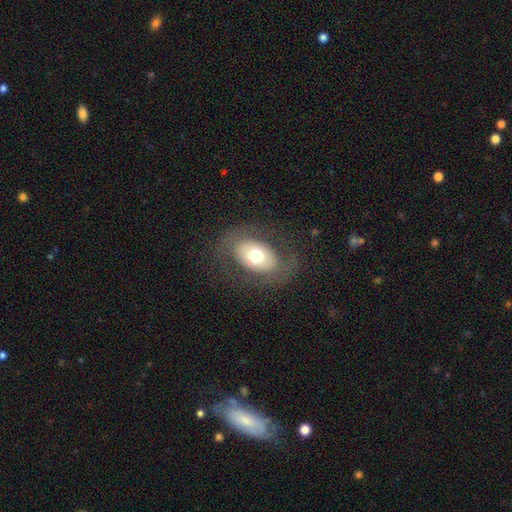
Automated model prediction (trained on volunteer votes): smooth_or_featured: smooth (p=0.56) [alt: featured or disk p=0.35]
how_rounded: in between (p=0.81) [alt: round p=0.18]
merging: none (p=0.75) [alt: minor disturbance p=0.13]